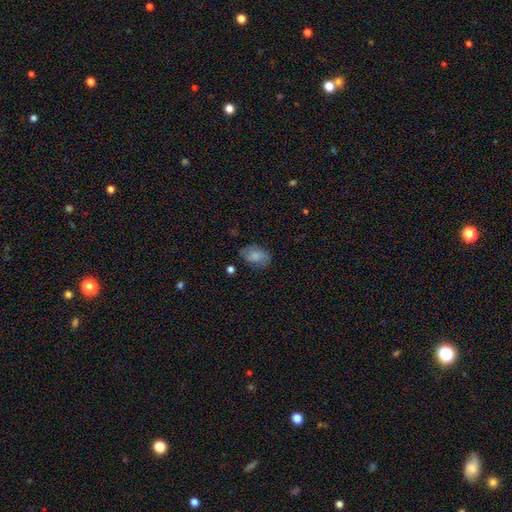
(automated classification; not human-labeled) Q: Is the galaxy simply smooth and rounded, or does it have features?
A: smooth — 72%.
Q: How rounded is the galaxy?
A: in between — 82%.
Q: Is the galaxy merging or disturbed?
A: none — 67%.